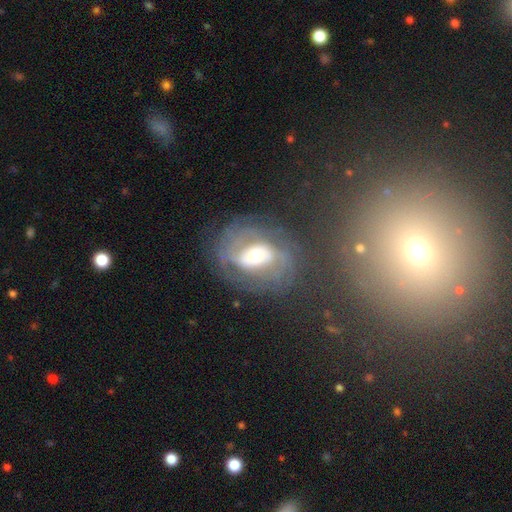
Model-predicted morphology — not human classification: This appears to be a featured or disk galaxy (78%) with a weak bar (40%), 2 (41%) tight (48%) spiral arms (87%) and a moderate central bulge (59%). Merging: none (62%).